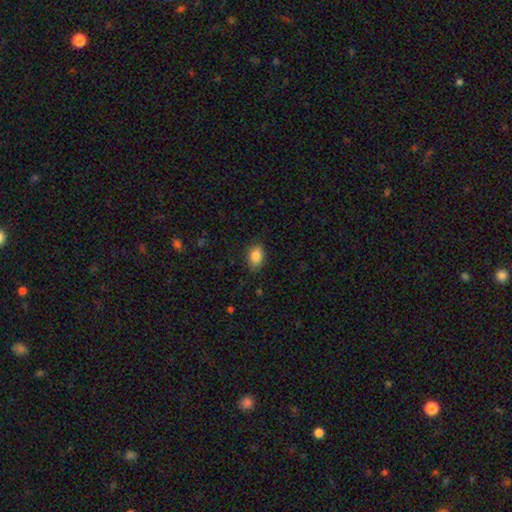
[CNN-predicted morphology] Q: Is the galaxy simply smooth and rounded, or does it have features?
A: smooth — 86%.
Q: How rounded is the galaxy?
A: in between — 85%.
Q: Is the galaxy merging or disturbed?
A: none — 85%.